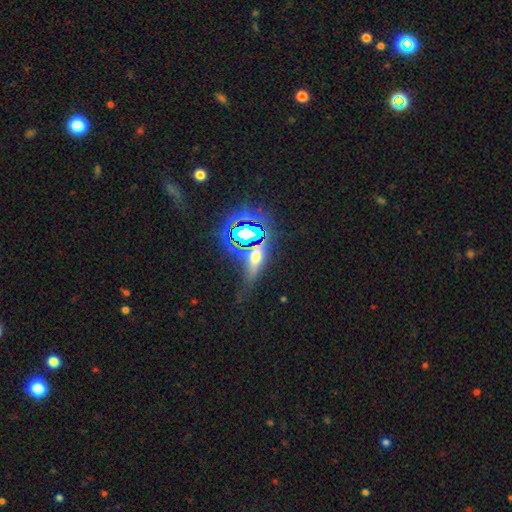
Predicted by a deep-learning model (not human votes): This is marginally a star or artifact rather than a galaxy (43%).